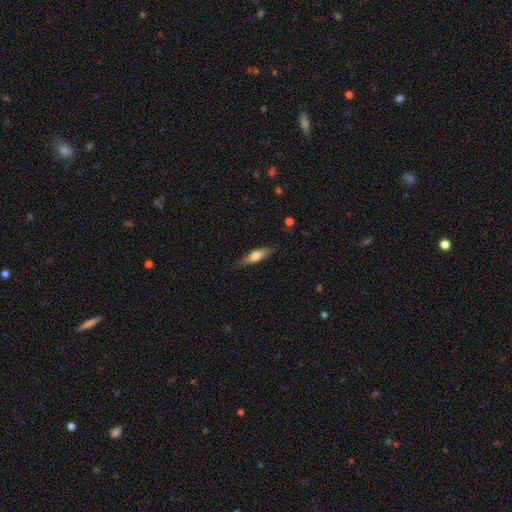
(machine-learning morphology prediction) This appears to be a smooth galaxy with no disk features (57%) that is cigar-shaped (57%). Merging: none (83%).